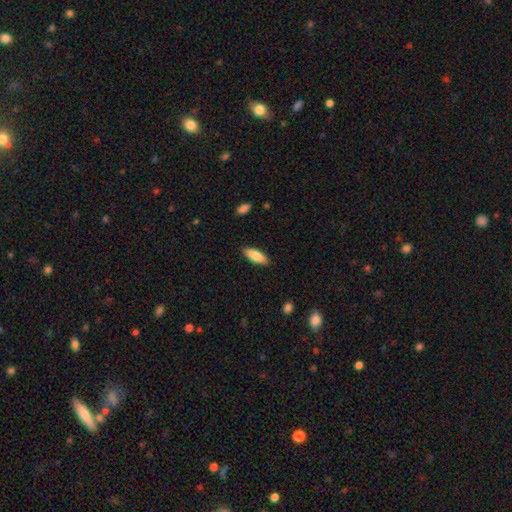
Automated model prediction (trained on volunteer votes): Smooth or featured? smooth (82%)
How rounded? in between (61%)
Merging? none (88%)